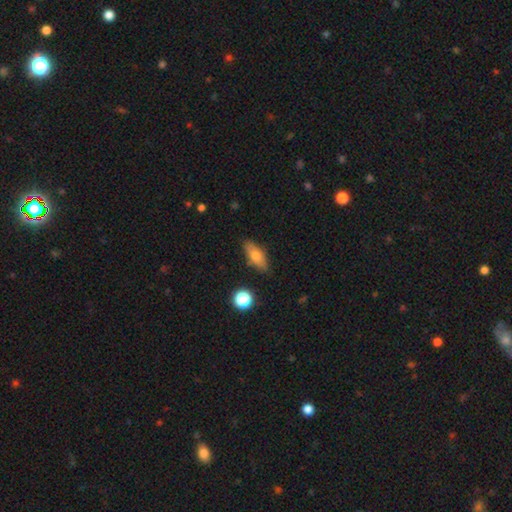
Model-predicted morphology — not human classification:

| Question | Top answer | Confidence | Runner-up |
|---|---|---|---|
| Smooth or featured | smooth | 69% | featured or disk (23%) |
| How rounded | in between | 73% | cigar-shaped (22%) |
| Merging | none | 83% | minor disturbance (12%) |